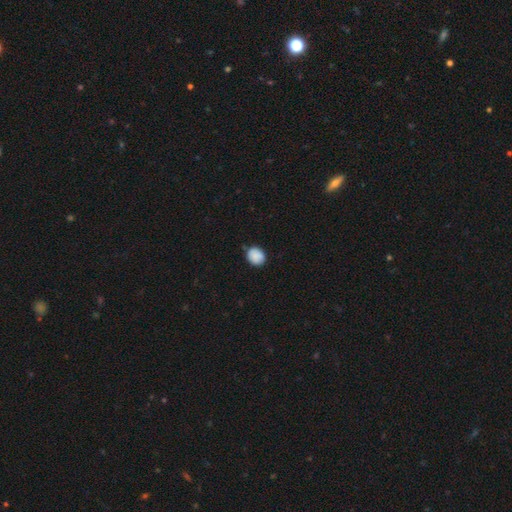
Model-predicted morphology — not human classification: The model was most divided on "how rounded": round: 59%, in between: 40%, cigar-shaped: 1%. More confident: smooth or featured — smooth (87%); merging — none (77%).